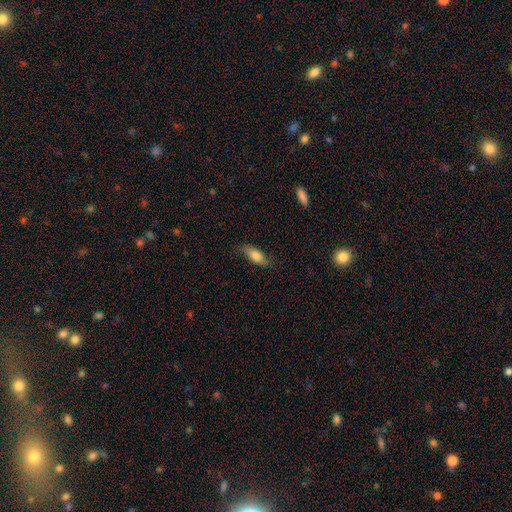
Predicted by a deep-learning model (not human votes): Morphology: type=smooth (79%); roundness=in between (75%); merging=none (76%).